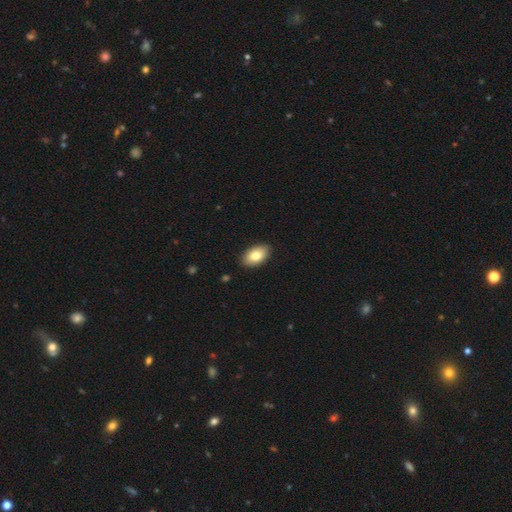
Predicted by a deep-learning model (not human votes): Overall: smooth (82%). How rounded: in between (94%). Merging: none (89%).